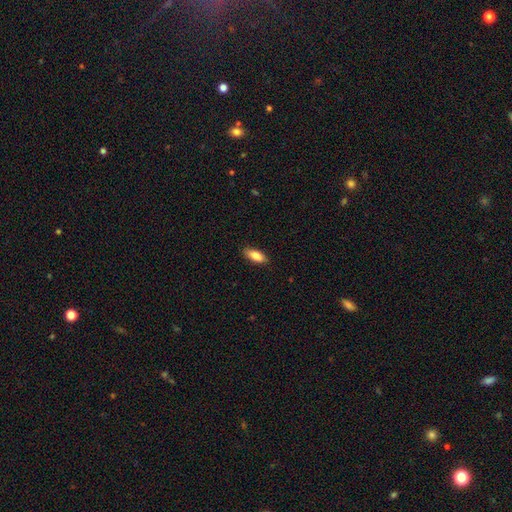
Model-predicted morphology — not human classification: Overall: smooth (84%). How rounded: in between (79%). Merging: none (86%).